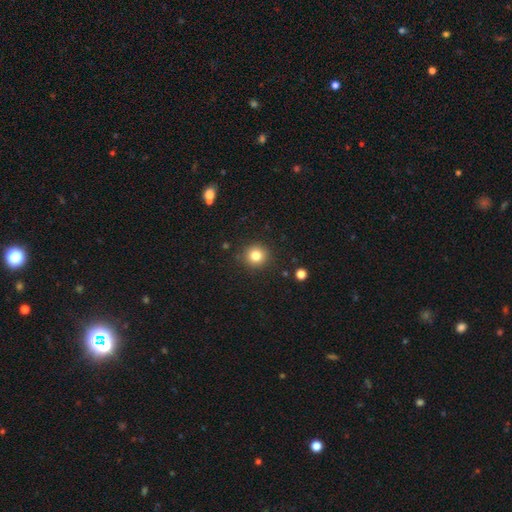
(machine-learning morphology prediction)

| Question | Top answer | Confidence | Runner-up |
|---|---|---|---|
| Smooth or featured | smooth | 82% | star or artifact (12%) |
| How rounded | round | 93% | in between (6%) |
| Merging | none | 90% | minor disturbance (6%) |